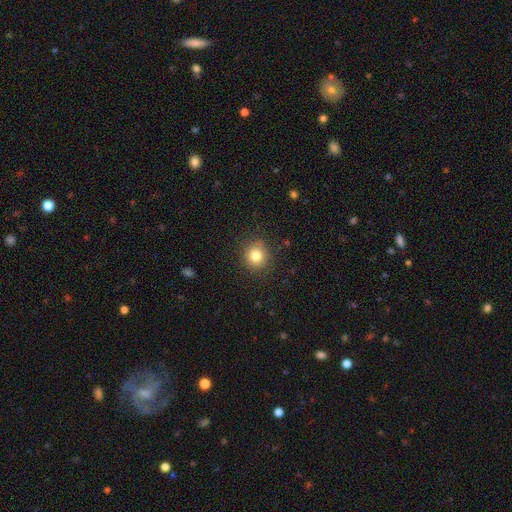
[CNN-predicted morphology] This appears to be a smooth galaxy with no disk features (81%) that is round (87%). Merging: none (88%).